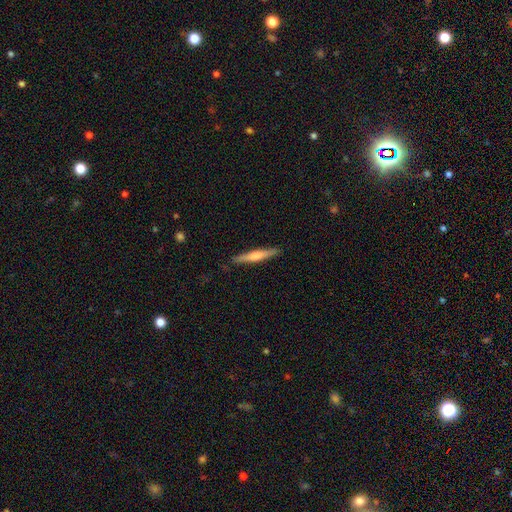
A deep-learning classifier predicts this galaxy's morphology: A featured or disk galaxy (47%, tied with smooth). Merging: none (89%).